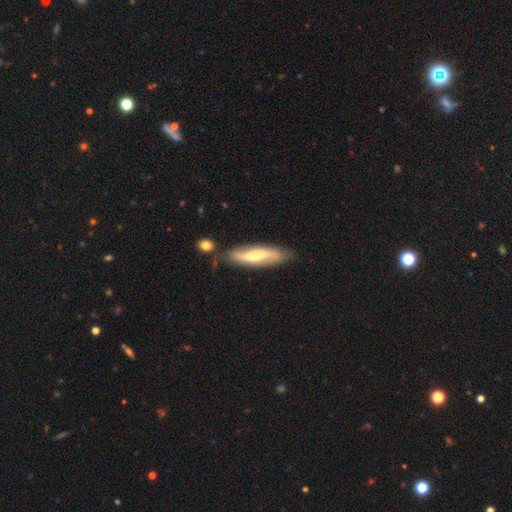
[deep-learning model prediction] This appears to be a featured or disk galaxy (51%). Merging: none (68%).